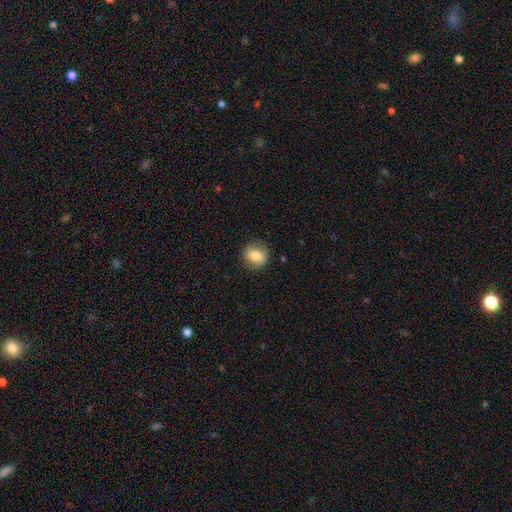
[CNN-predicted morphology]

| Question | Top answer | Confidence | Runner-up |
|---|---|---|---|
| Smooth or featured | smooth | 75% | featured or disk (16%) |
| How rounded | round | 79% | in between (20%) |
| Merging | none | 84% | minor disturbance (11%) |